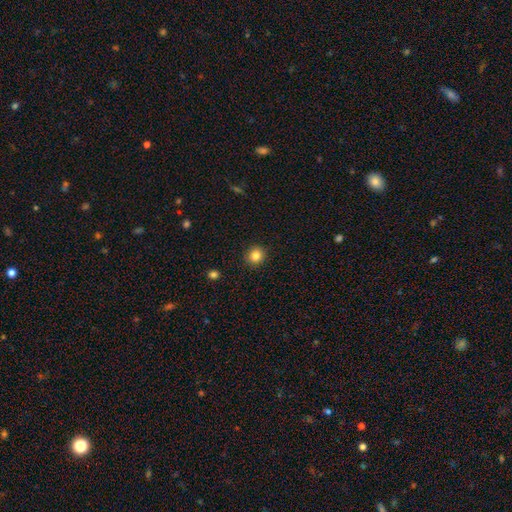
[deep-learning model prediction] Smooth or featured? smooth (84%)
How rounded? round (90%)
Merging? none (92%)